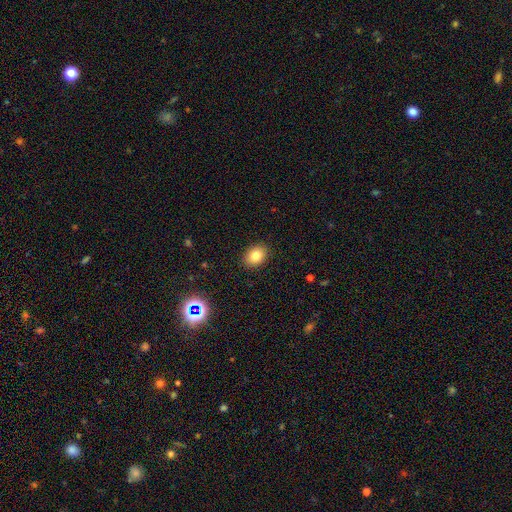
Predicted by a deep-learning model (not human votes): Morphology: type=smooth (81%); roundness=in between (68%); merging=none (89%).